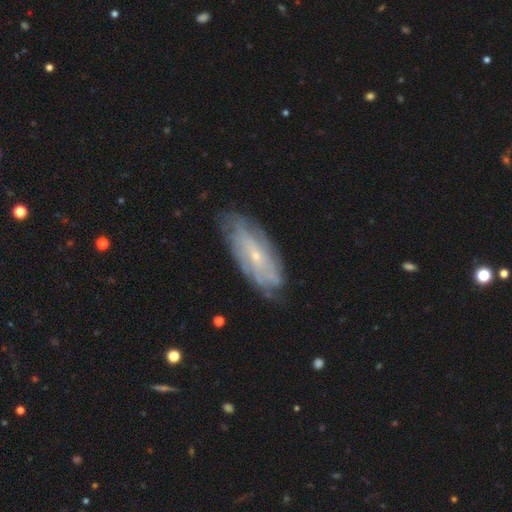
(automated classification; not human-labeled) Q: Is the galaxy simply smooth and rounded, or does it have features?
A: featured or disk — 70%.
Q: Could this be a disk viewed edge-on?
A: no — 85%.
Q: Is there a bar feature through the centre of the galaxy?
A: no — 69%.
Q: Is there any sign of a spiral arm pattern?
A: yes — 79%.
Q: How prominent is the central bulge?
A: small — 80%.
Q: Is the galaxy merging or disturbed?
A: none — 75%.